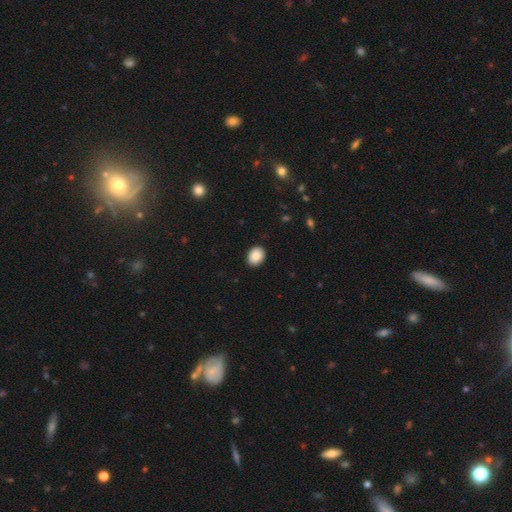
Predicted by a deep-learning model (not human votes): Smooth or featured: smooth — 89% (star or artifact — 8%)
How rounded: in between — 58% (round — 41%)
Merging: none — 90% (minor disturbance — 7%)